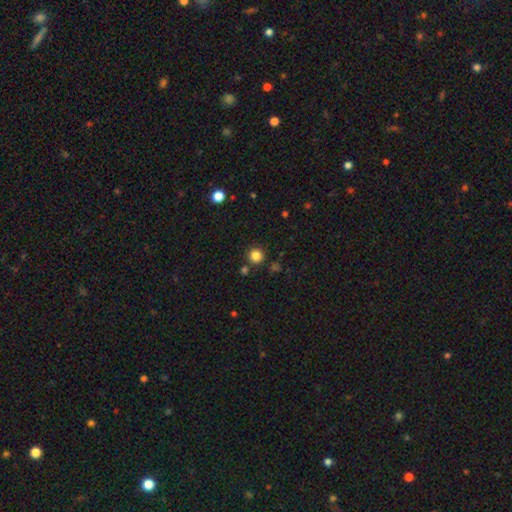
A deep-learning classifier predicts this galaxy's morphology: A smooth galaxy with no disk features (83%) that is round (95%).

Vote fractions:
- Smooth or featured? smooth: 83% / star or artifact: 13% / featured or disk: 4%
- How rounded? round: 95% / in between: 4% / cigar-shaped: 1%
- Merging? none: 86% / minor disturbance: 6% / merger: 5% / major disturbance: 2%